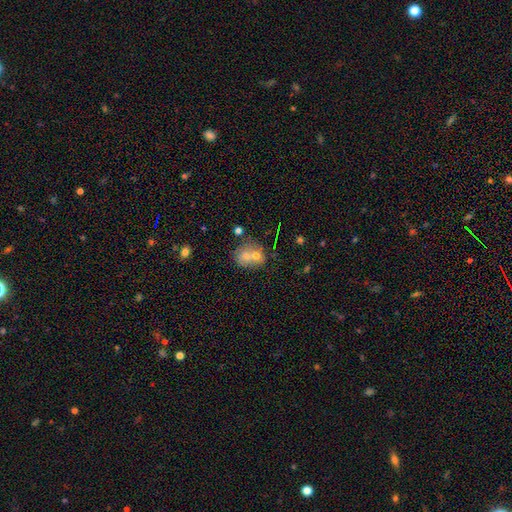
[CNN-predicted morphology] Smooth or featured: smooth — 60% (featured or disk — 28%)
How rounded: round — 64% (in between — 34%)
Merging: merger — 57% (none — 29%)